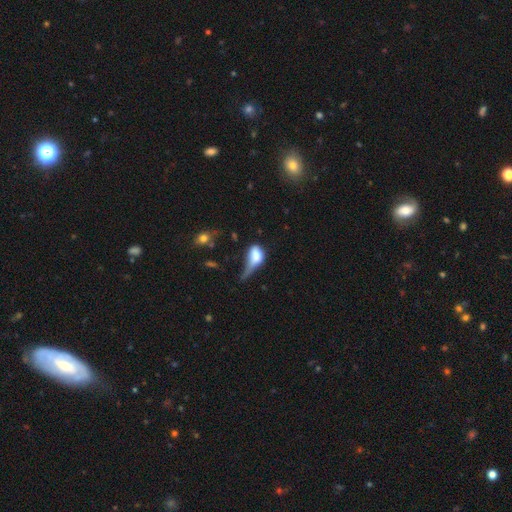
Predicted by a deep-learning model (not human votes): Smooth or featured?
  - smooth: 68% *
  - featured or disk: 22%
  - star or artifact: 10%
How rounded?
  - in between: 75% *
  - round: 19%
  - cigar-shaped: 6%
Merging?
  - major disturbance: 48% *
  - minor disturbance: 27%
  - none: 14%
  - merger: 11%